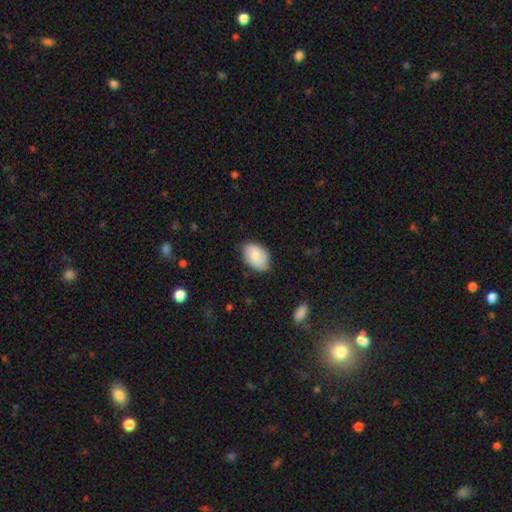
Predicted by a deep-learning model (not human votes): This appears to be a smooth galaxy with no disk features (78%) that is in between round and cigar-shaped (88%). Merging: none (74%).